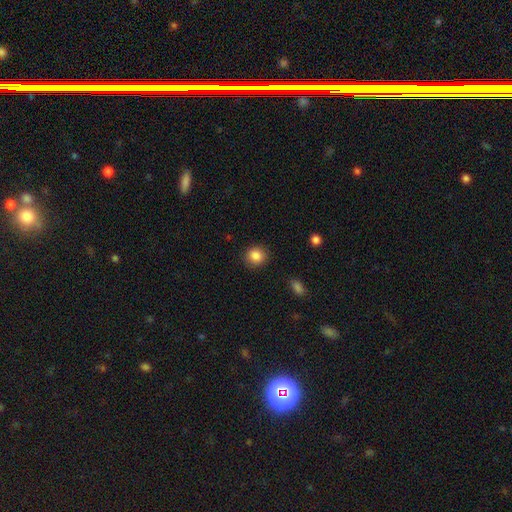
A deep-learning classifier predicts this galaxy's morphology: This is clearly a smooth galaxy (86%). How rounded: clearly round (86%). Merging: clearly none (90%).